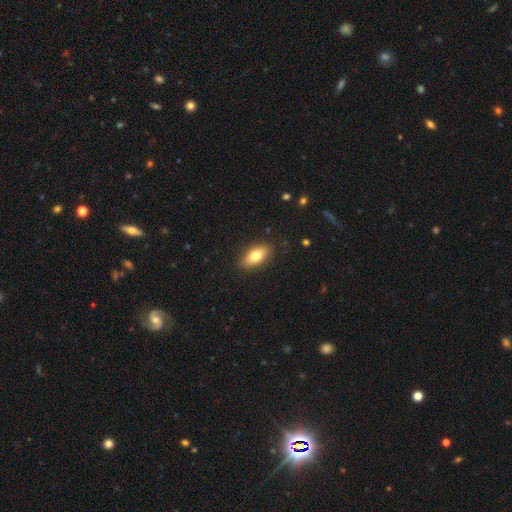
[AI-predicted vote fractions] smooth 74%, featured or disk 19%, star or artifact 7%. Down the decision tree: how rounded — in between (84%); merging — none (87%).